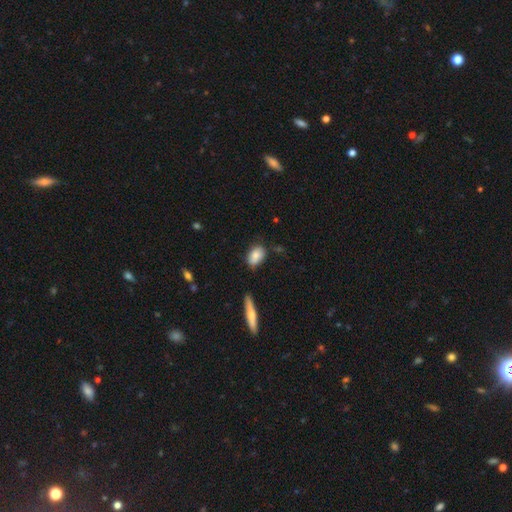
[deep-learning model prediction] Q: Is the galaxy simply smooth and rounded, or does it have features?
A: smooth — 79%.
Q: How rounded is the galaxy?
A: in between — 84%.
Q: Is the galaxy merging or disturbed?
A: none — 71%.